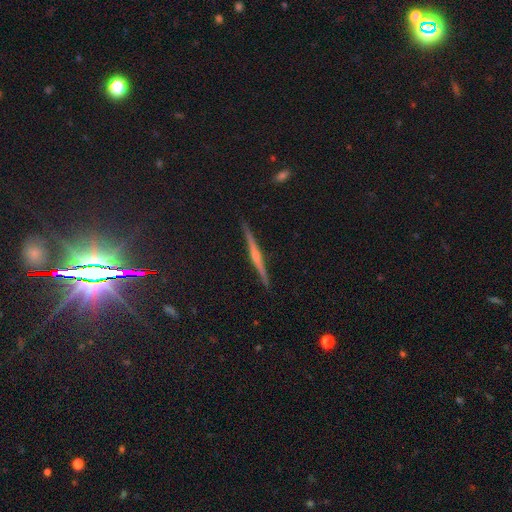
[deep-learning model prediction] smooth_or_featured: featured or disk (p=0.77) [alt: smooth p=0.13]
disk_edge_on: yes (p=0.98) [alt: no p=0.02]
edge_on_bulge: rounded (p=0.80) [alt: none p=0.13]
merging: none (p=0.91) [alt: minor disturbance p=0.06]